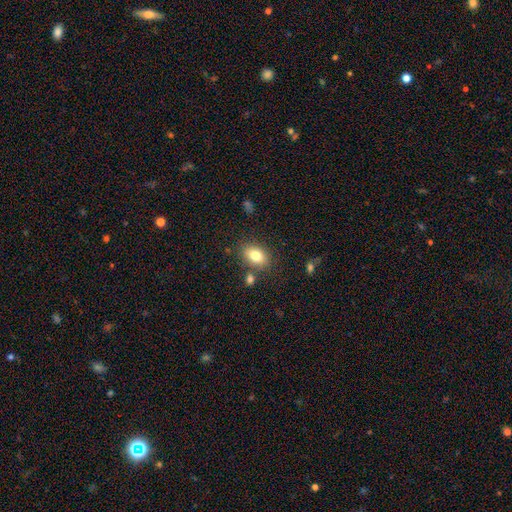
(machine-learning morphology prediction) This appears to be a smooth galaxy with no disk features (81%) that is in between round and cigar-shaped (82%). Merging: none (77%).